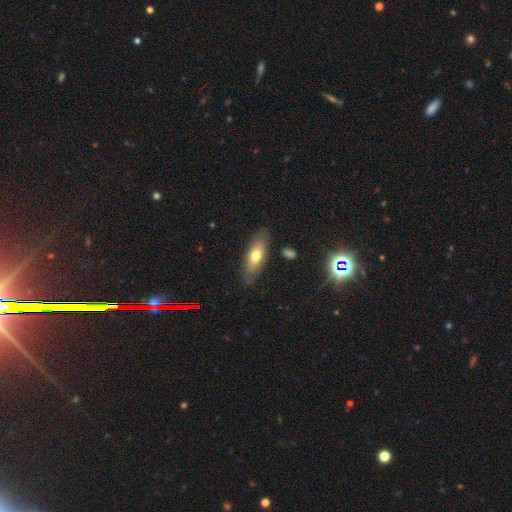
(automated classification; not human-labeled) Smooth or featured? smooth (61%)
How rounded? in between (73%)
Merging? none (81%)